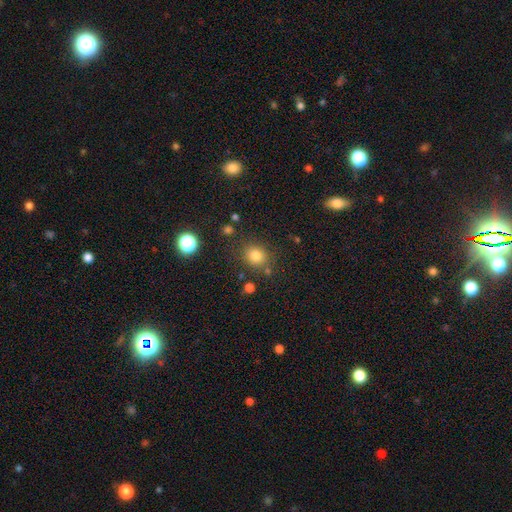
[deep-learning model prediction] A smooth galaxy with no disk features (80%) that is round (79%). Merging: none (81%).